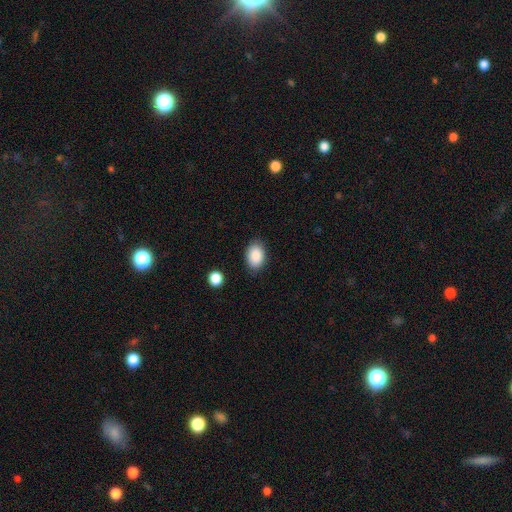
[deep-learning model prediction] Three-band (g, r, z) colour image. It shows a smooth galaxy with no disk features (88%) that is in between round and cigar-shaped (86%). Merging: none (84%).